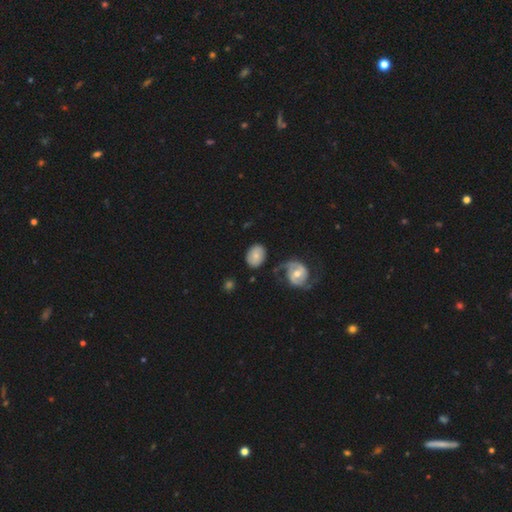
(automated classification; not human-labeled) Smooth or featured? smooth (58%)
How rounded? in between (63%)
Merging? none (62%)